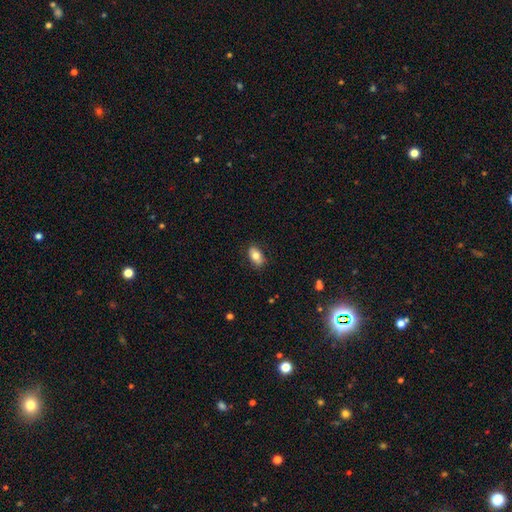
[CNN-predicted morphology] This appears to be a smooth galaxy with no disk features (76%) that is in between round and cigar-shaped (90%). Merging: none (84%).